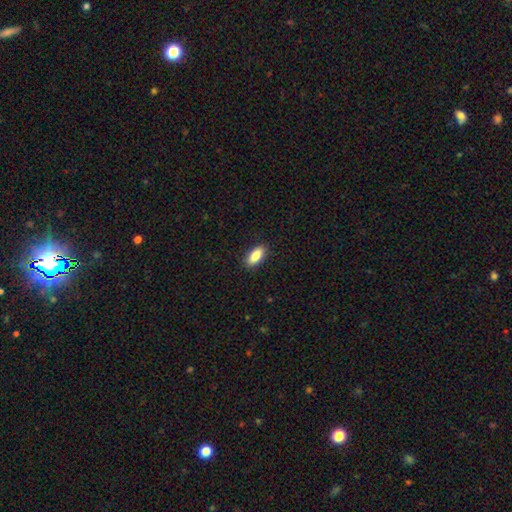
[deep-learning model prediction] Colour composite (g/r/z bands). It shows a smooth galaxy with no disk features (84%) that is in between round and cigar-shaped (84%). Merging: none (89%).